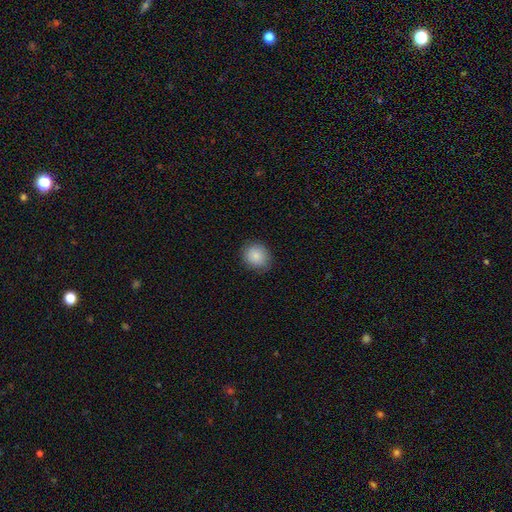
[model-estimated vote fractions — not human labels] smooth-or-featured: smooth: 86% | star or artifact: 8% | featured or disk: 6%
  how-rounded: round: 72% | in between: 27% | cigar-shaped: 1%
  merging: none: 83% | minor disturbance: 13% | major disturbance: 3% | merger: 1%